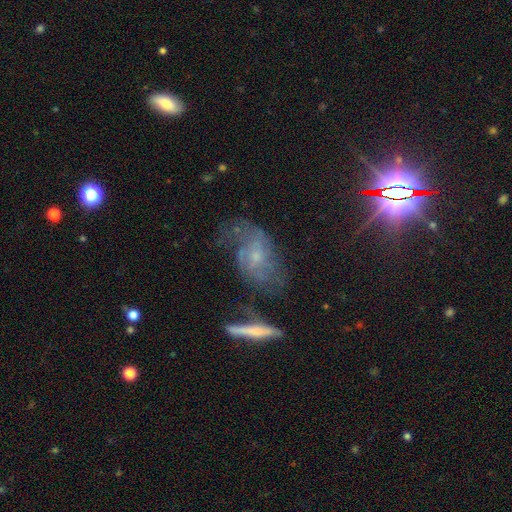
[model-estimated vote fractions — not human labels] featured or disk 64%, smooth 22%, star or artifact 14%. Down the decision tree: edge-on disk — no (91%); bar — no (67%); spiral arms — yes (76%); bulge size — small (64%); merging — none (39%).